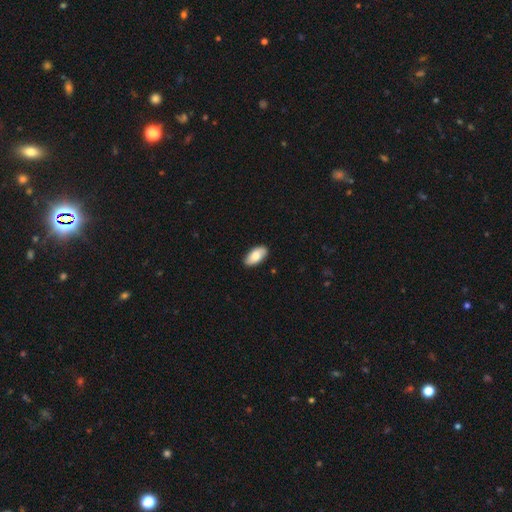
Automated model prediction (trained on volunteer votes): Morphology: type=smooth (81%); roundness=in between (93%); merging=none (89%).